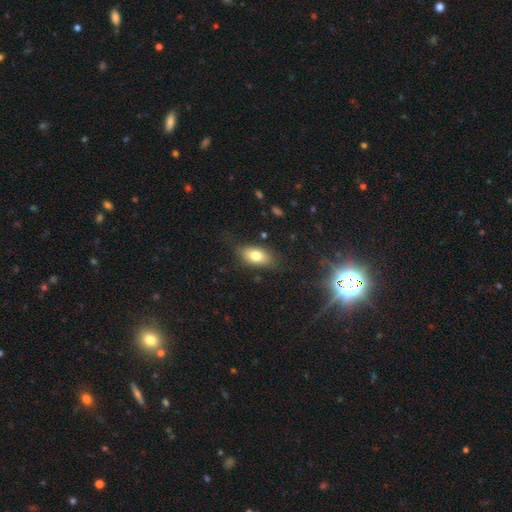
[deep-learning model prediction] smooth 77%, featured or disk 14%, star or artifact 8%. Down the decision tree: how rounded — in between (89%); merging — none (77%).